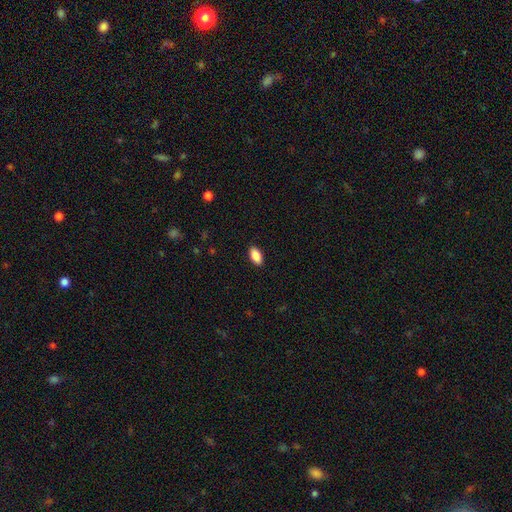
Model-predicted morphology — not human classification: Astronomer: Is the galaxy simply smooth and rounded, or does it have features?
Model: smooth — 89%.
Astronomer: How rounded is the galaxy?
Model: in between — 92%.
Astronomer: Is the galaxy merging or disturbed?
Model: none — 90%.